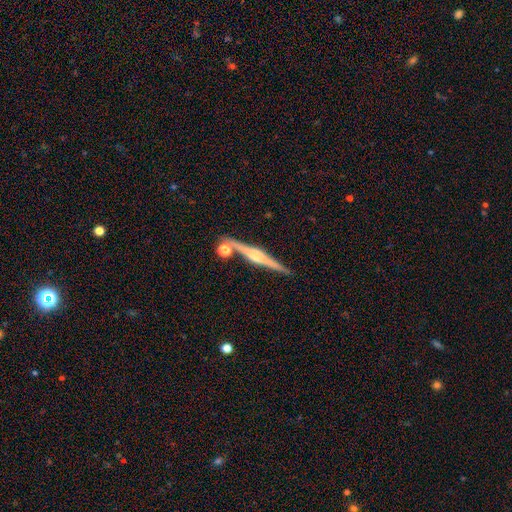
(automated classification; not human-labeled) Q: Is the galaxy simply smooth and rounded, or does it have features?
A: featured or disk — 80%.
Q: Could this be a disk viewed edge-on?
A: yes — 98%.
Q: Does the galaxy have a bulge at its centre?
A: rounded — 80%.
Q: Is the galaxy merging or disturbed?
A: none — 84%.